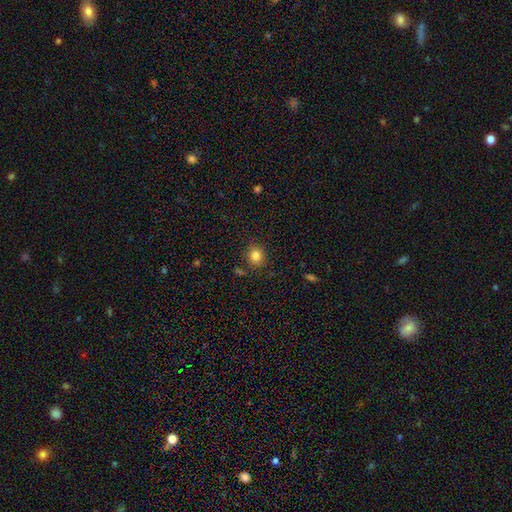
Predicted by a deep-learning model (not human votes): Q: Smooth or featured?
A: smooth (82%); runner-up: star or artifact (11%)
Q: How rounded?
A: round (75%); runner-up: in between (24%)
Q: Merging?
A: none (85%); runner-up: minor disturbance (10%)